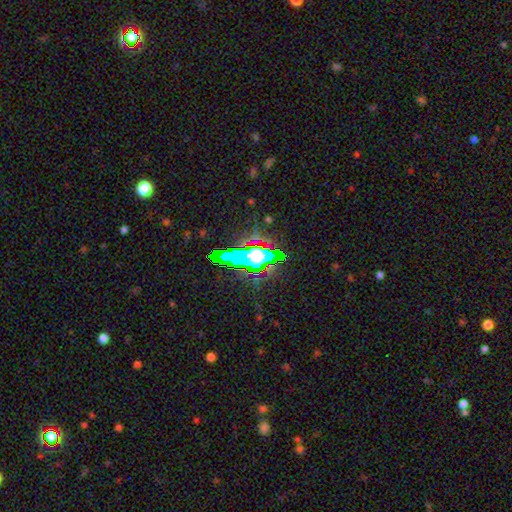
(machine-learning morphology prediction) Overall: star or artifact (53%; smooth 29%).